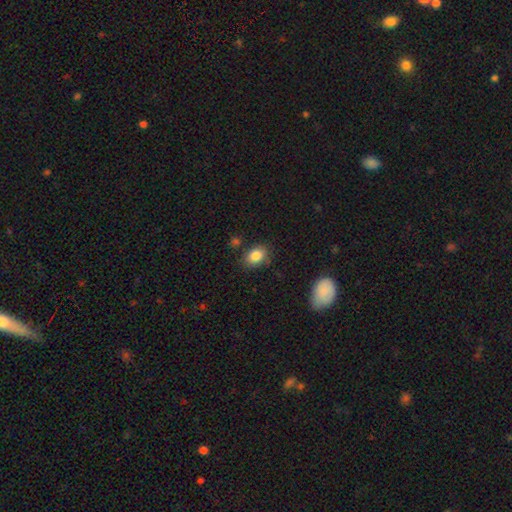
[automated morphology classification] The model was most divided on "how rounded": in between: 78%, round: 21%, cigar-shaped: 1%. More confident: smooth or featured — smooth (85%); merging — none (80%).